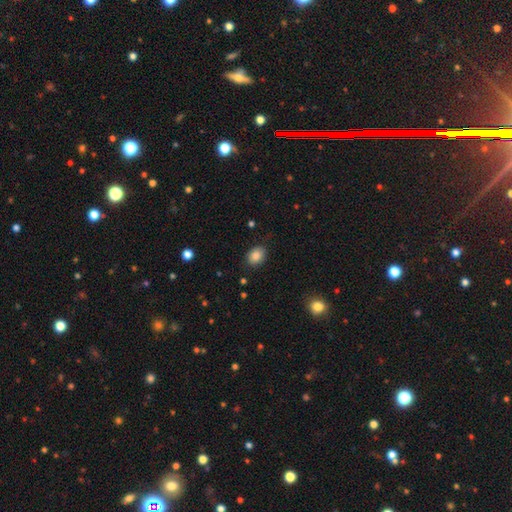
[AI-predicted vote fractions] Smooth or featured: smooth — 85% (star or artifact — 9%)
How rounded: in between — 60% (round — 39%)
Merging: none — 83% (minor disturbance — 13%)